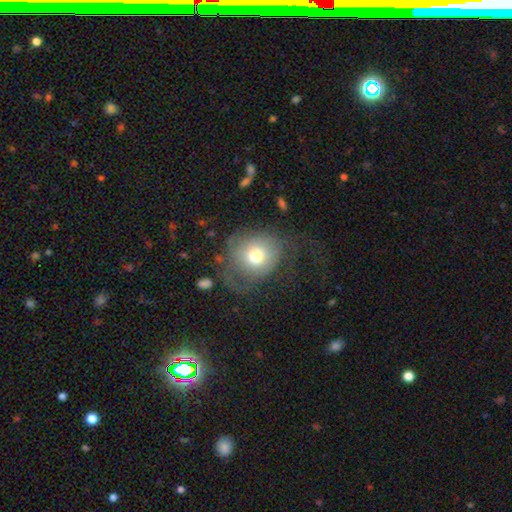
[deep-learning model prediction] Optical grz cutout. It shows a smooth galaxy with no disk features (65%) that is round (76%). Merging: none (44%).